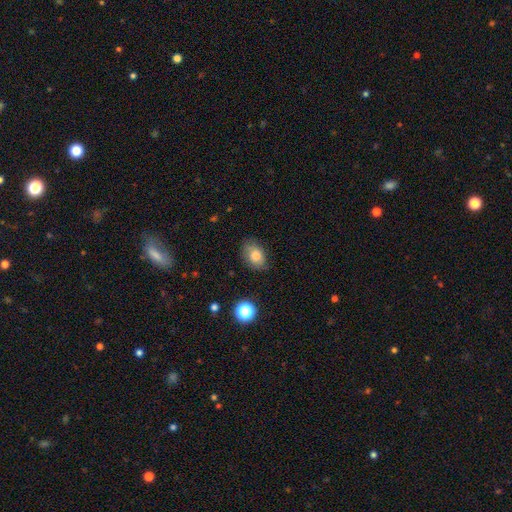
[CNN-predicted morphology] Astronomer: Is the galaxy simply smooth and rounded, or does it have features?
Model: smooth — 74%.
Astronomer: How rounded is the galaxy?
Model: in between — 73%.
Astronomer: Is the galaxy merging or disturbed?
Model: none — 73%.